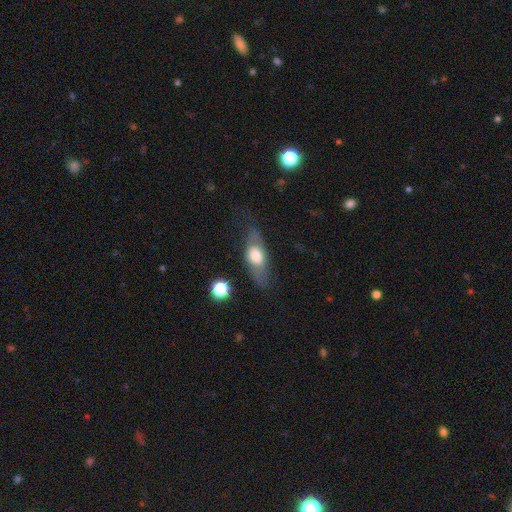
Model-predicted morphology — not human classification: This appears to be a smooth galaxy with no disk features (53%) that is in between round and cigar-shaped (67%). Merging: none (61%).